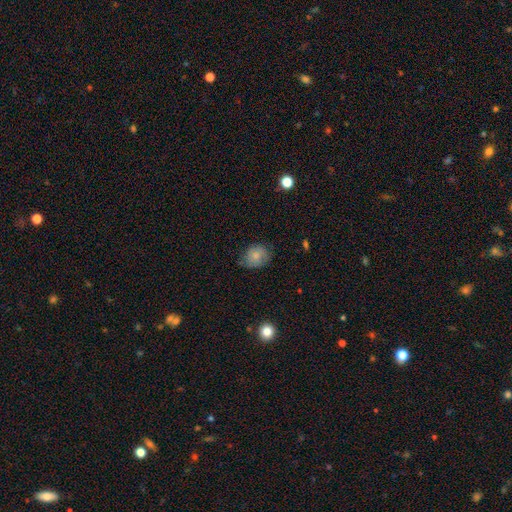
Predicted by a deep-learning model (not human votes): The model was most divided on "how rounded": round: 57%, in between: 42%, cigar-shaped: 1%. More confident: smooth or featured — smooth (79%); merging — none (65%).